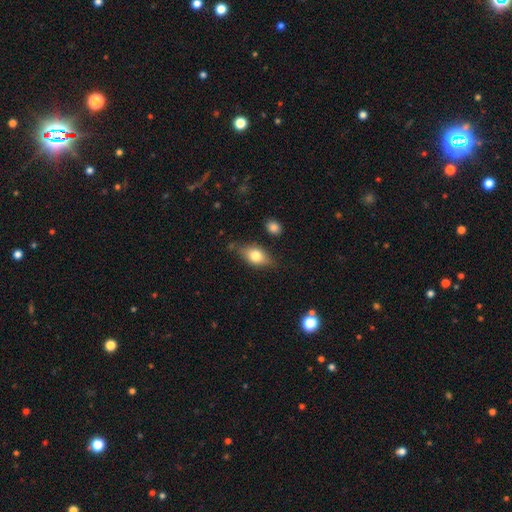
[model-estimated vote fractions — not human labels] Overall: smooth (69%). How rounded: in between (81%). Merging: none (71%).